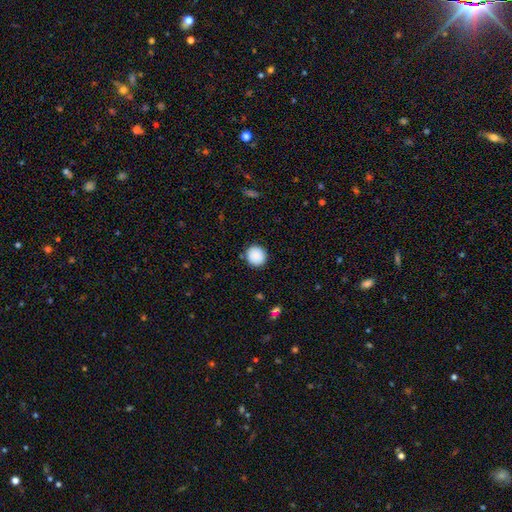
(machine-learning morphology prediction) smooth_or_featured: smooth (p=0.89) [alt: star or artifact p=0.08]
how_rounded: round (p=0.92) [alt: in between p=0.07]
merging: none (p=0.89) [alt: minor disturbance p=0.07]